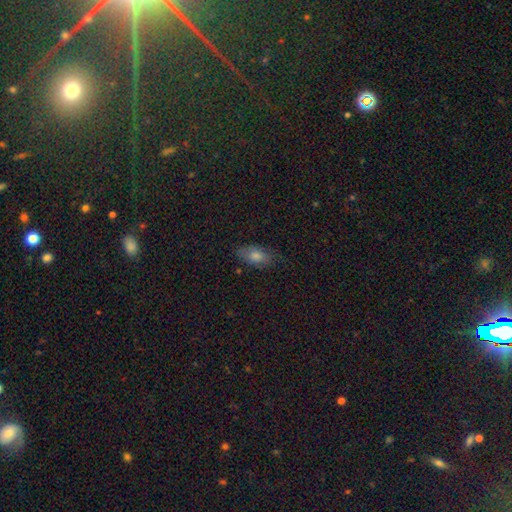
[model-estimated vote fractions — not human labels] Morphology: type=smooth (71%); roundness=in between (86%); merging=none (76%).